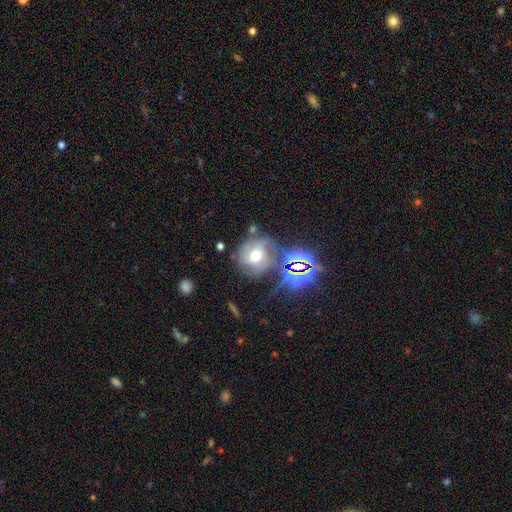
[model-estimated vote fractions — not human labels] A featured or disk galaxy (55%) with no bar (66%), spiral arms (80%) and a moderate central bulge (70%). Merging: none (55%).